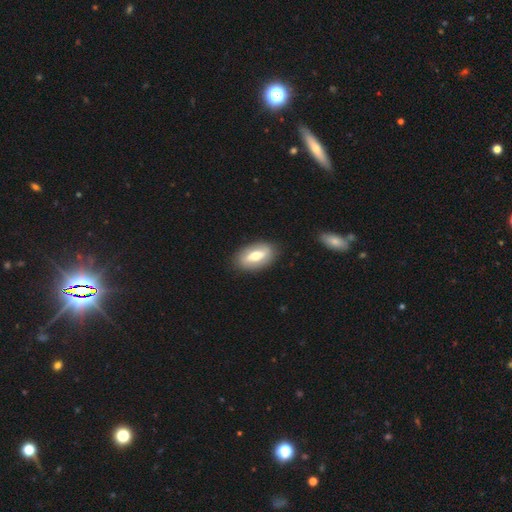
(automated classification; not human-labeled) A smooth galaxy with no disk features (48%). Merging: none (86%).